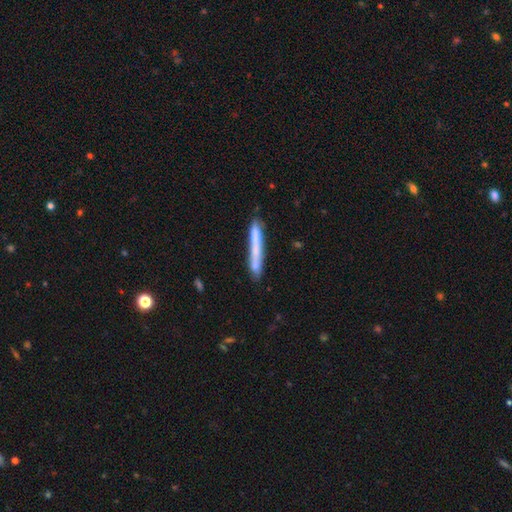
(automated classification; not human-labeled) Morphology: type=smooth (67%); roundness=cigar-shaped (95%); merging=none (72%).